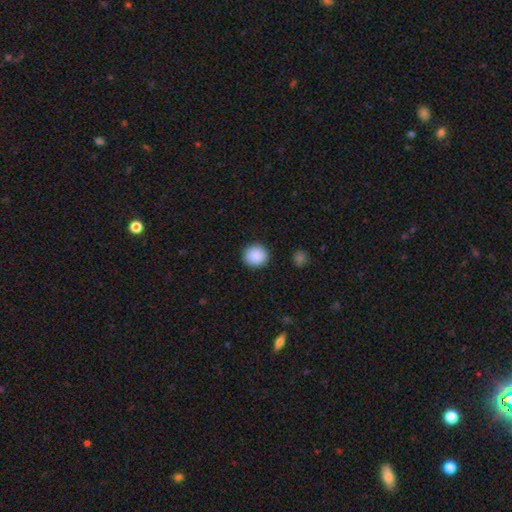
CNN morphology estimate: A smooth galaxy with no disk features (90%) that is round (88%).

Vote fractions:
- Smooth or featured? smooth: 90% / star or artifact: 8% / featured or disk: 3%
- How rounded? round: 88% / in between: 11% / cigar-shaped: 1%
- Merging? none: 91% / minor disturbance: 6% / major disturbance: 2% / merger: 1%